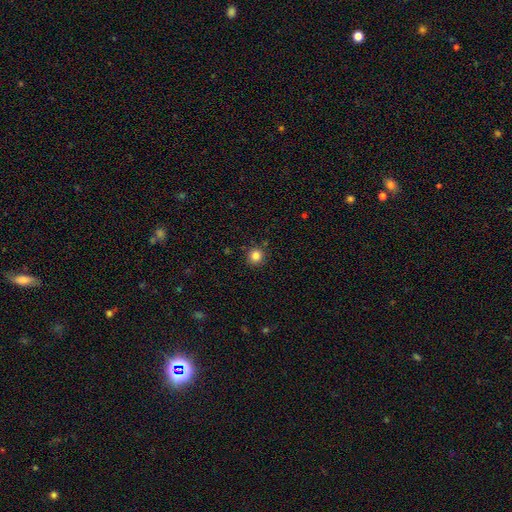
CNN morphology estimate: This appears to be a smooth galaxy with no disk features (83%) that is round (93%). Merging: none (90%).